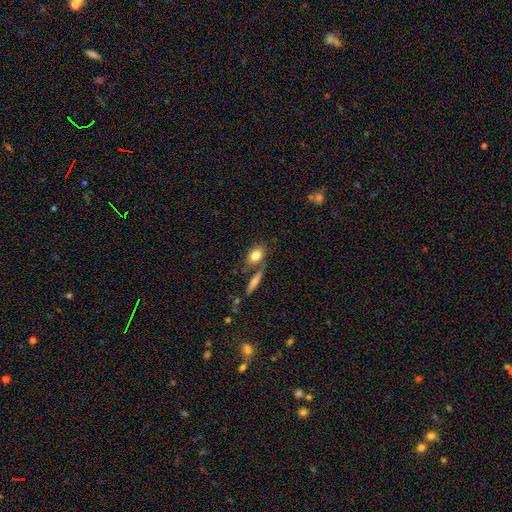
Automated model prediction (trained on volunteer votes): The model was most divided on "merging": none: 56%, merger: 26%, minor disturbance: 13%, major disturbance: 5%. More confident: smooth or featured — smooth (79%); how rounded — in between (76%).